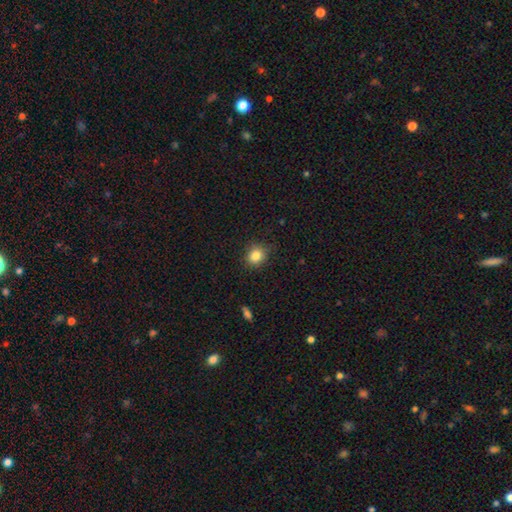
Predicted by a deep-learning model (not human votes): This appears to be a smooth galaxy with no disk features (84%) that is round (73%). Merging: none (83%).